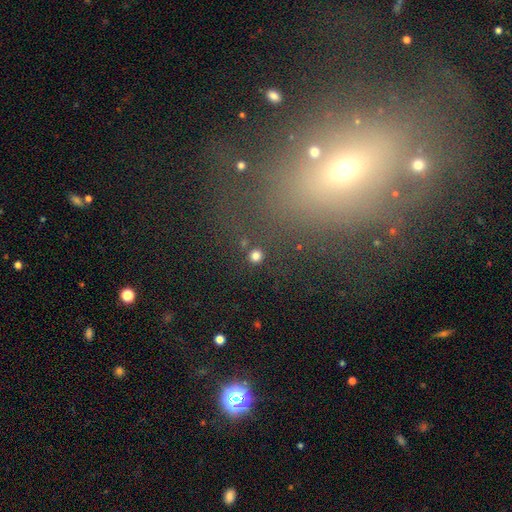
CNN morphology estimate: The model was most divided on "smooth or featured": smooth: 79%, star or artifact: 16%, featured or disk: 5%. More confident: how rounded — round (94%); merging — none (86%).